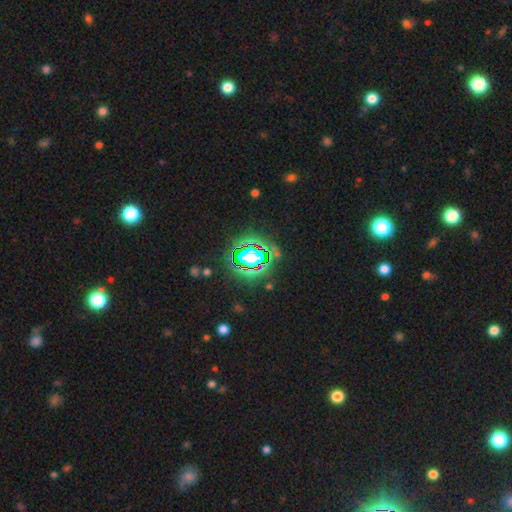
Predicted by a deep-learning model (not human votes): smooth_or_featured: star or artifact (p=0.79) [alt: smooth p=0.13]